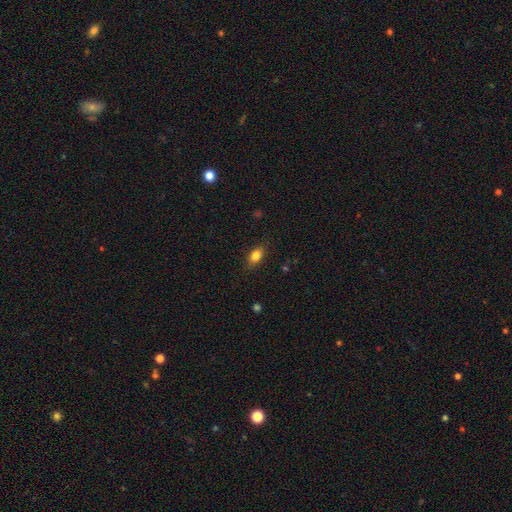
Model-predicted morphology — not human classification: Smooth or featured?
  - smooth: 83% *
  - star or artifact: 9%
  - featured or disk: 8%
How rounded?
  - in between: 81% *
  - round: 13%
  - cigar-shaped: 6%
Merging?
  - none: 84% *
  - minor disturbance: 12%
  - major disturbance: 3%
  - merger: 1%